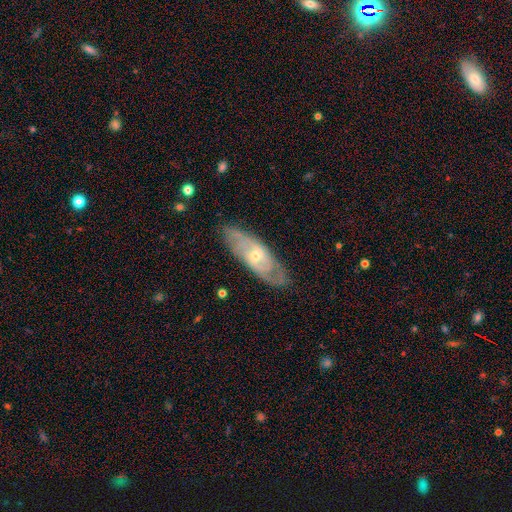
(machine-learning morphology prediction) Smooth or featured: featured or disk — 78% (smooth — 17%)
Edge-on disk: no — 84% (yes — 16%)
Bar: no — 52% (weak — 38%)
Spiral arms: yes — 87% (no — 13%)
Spiral winding: tight — 50% (medium — 38%)
Spiral arm count: 2 — 51% (can't tell — 31%)
Bulge size: small — 59% (moderate — 38%)
Merging: none — 81% (minor disturbance — 14%)